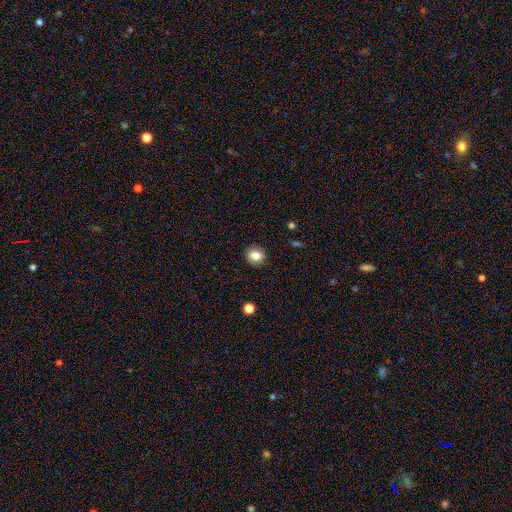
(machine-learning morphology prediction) Smooth or featured? Predicted: smooth (p=0.81). How rounded? Predicted: round (p=0.78). Merging? Predicted: none (p=0.90).